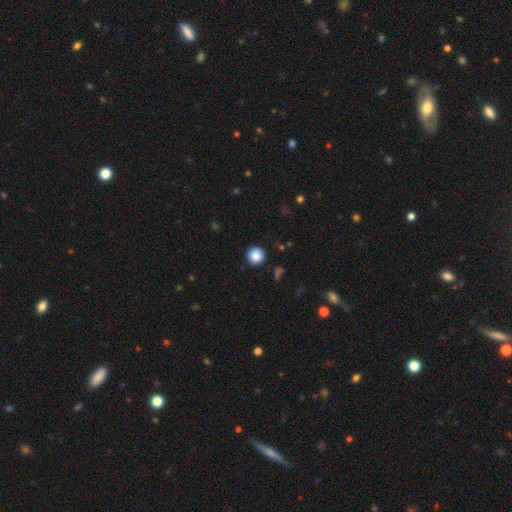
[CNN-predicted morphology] The model was most divided on "smooth or featured": smooth: 87%, star or artifact: 9%, featured or disk: 4%. More confident: how rounded — round (96%); merging — none (92%).